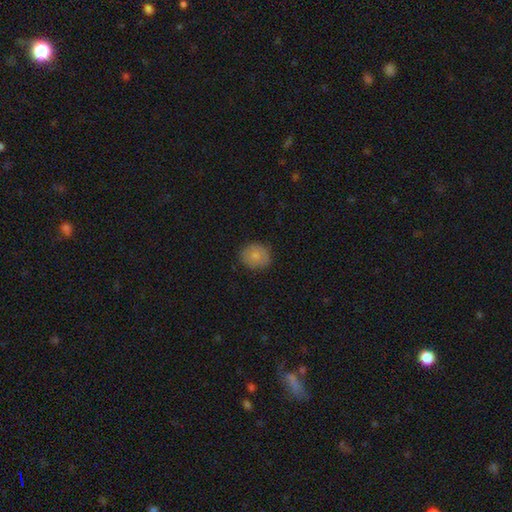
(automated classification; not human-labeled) Q: Smooth or featured?
A: smooth (77%); runner-up: featured or disk (15%)
Q: How rounded?
A: round (76%); runner-up: in between (23%)
Q: Merging?
A: none (83%); runner-up: minor disturbance (14%)